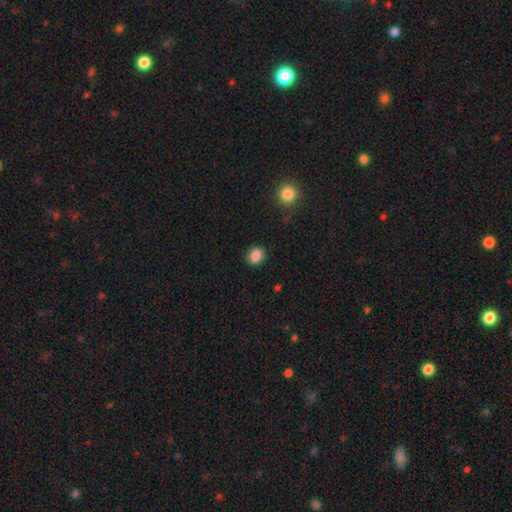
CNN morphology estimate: A smooth galaxy with no disk features (86%) that is round (57%).

Vote fractions:
- Smooth or featured? smooth: 86% / star or artifact: 9% / featured or disk: 5%
- How rounded? round: 57% / in between: 42% / cigar-shaped: 1%
- Merging? none: 86% / minor disturbance: 10% / major disturbance: 3% / merger: 1%